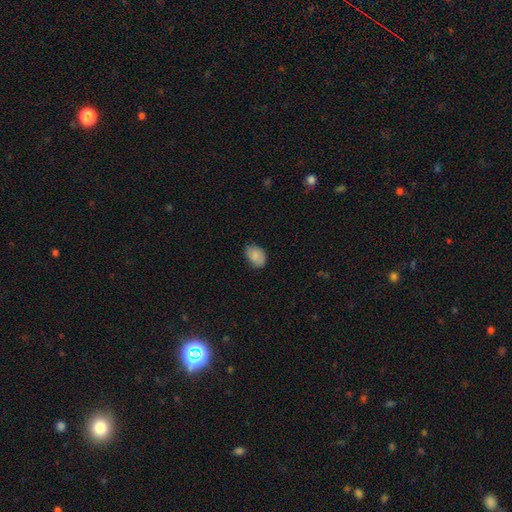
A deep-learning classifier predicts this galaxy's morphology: A smooth galaxy with no disk features (86%) that is in between round and cigar-shaped (80%). Merging: none (70%).